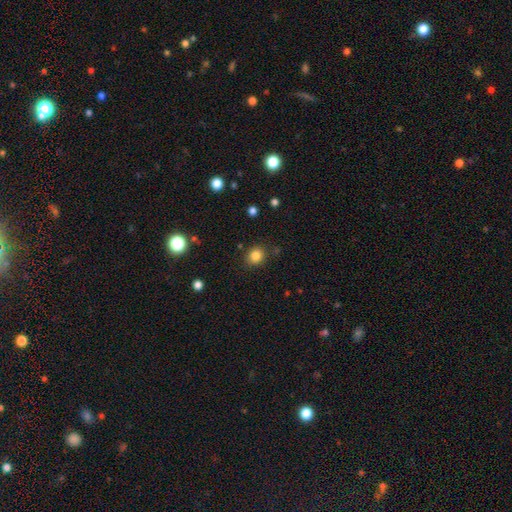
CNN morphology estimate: This is clearly a smooth galaxy (83%). How rounded: likely round (75%). Merging: clearly none (84%).